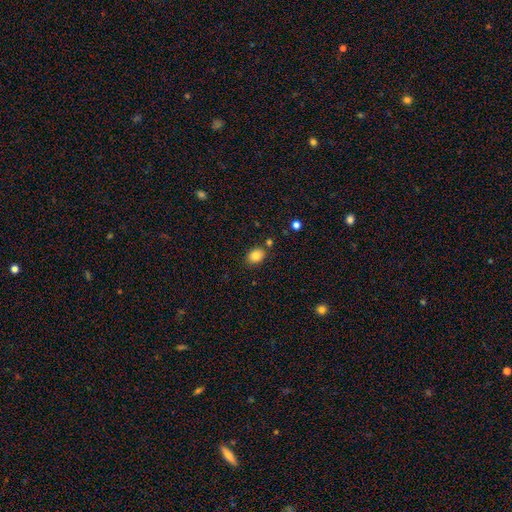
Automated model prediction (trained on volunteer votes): This is clearly a smooth galaxy (85%). How rounded: likely in between (72%). Merging: clearly none (82%).